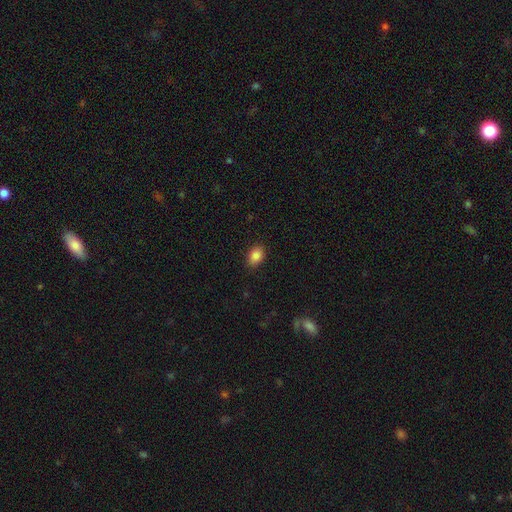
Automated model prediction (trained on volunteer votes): smooth_or_featured: smooth (p=0.87) [alt: star or artifact p=0.09]
how_rounded: in between (p=0.77) [alt: round p=0.22]
merging: none (p=0.86) [alt: minor disturbance p=0.10]